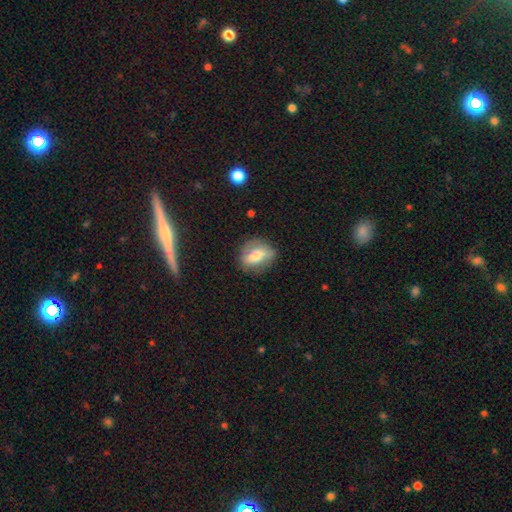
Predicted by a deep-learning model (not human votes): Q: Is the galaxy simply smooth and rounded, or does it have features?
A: smooth — 57%.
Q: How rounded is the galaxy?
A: in between — 57%.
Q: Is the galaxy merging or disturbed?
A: none — 75%.